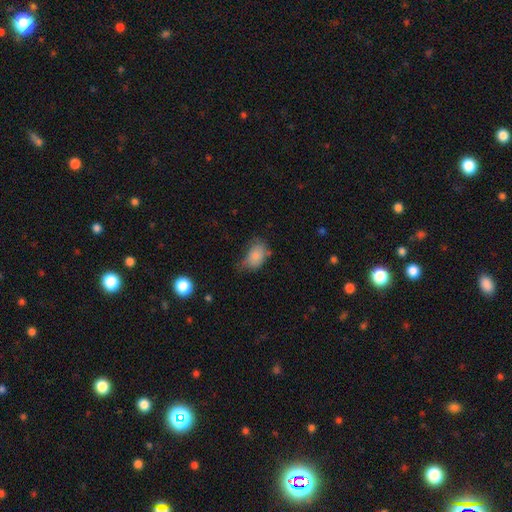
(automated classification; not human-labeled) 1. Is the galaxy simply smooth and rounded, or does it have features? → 83% smooth, 9% star or artifact, 8% featured or disk.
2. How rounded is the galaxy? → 84% in between, 15% round, 1% cigar-shaped.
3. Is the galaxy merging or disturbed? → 43% none, 39% minor disturbance, 15% major disturbance, 3% merger.